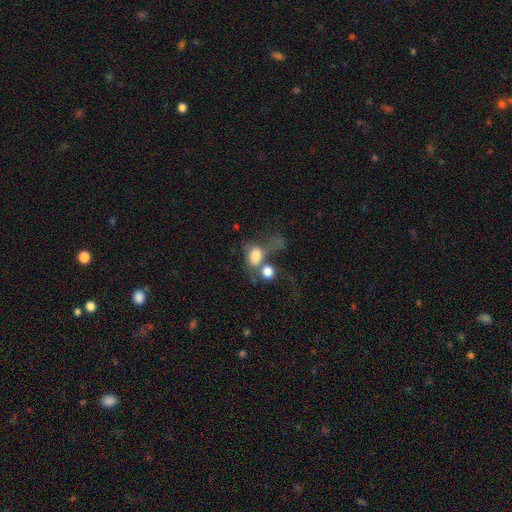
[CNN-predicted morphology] Smooth or featured? smooth (70%)
How rounded? in between (63%)
Merging? merger (53%)